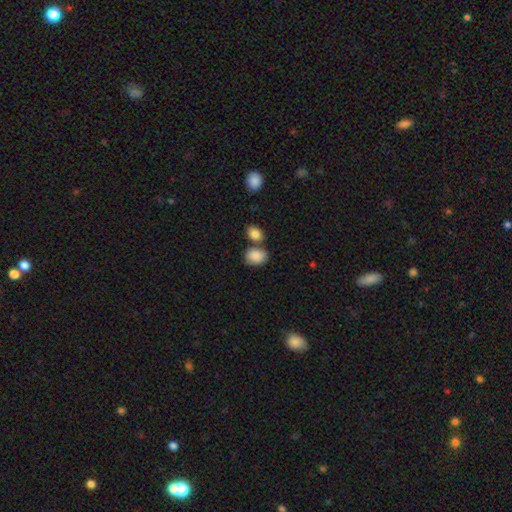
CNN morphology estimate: A smooth galaxy with no disk features (87%) that is in between round and cigar-shaped (68%).

Vote fractions:
- Smooth or featured? smooth: 87% / star or artifact: 8% / featured or disk: 5%
- How rounded? in between: 68% / round: 31% / cigar-shaped: 1%
- Merging? none: 57% / merger: 27% / minor disturbance: 13% / major disturbance: 4%